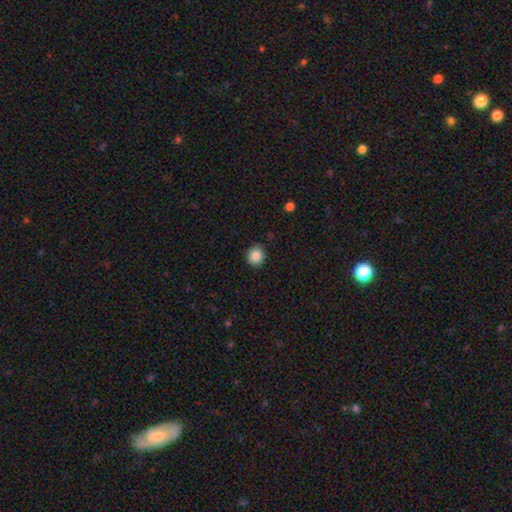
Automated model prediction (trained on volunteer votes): A smooth galaxy with no disk features (86%) that is round (87%). Merging: none (87%).